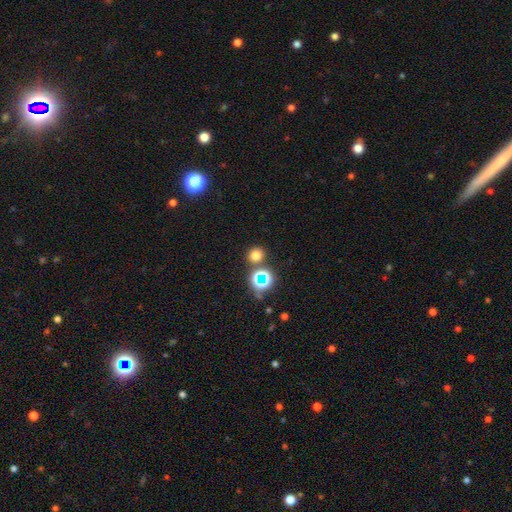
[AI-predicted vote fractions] Smooth or featured? Predicted: smooth (p=0.71). How rounded? Predicted: round (p=0.86). Merging? Predicted: none (p=0.79).